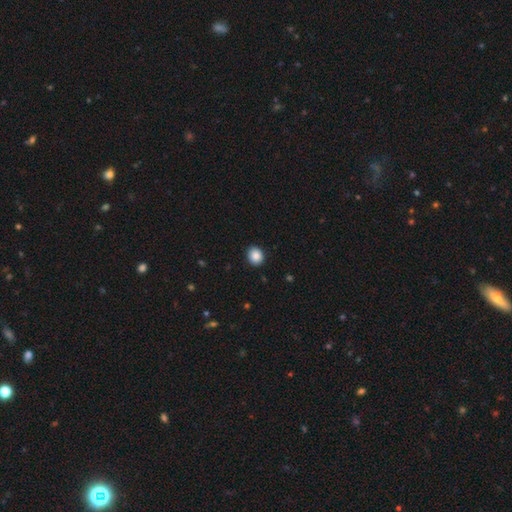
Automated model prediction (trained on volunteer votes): This is clearly a smooth galaxy (88%). How rounded: likely round (62%). Merging: clearly none (91%).